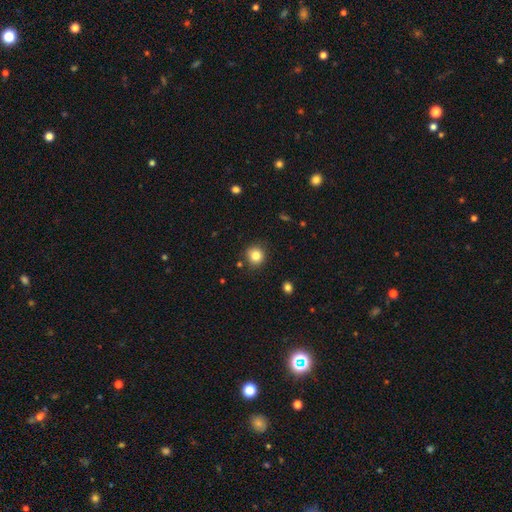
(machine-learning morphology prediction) Smooth or featured: smooth — 83% (star or artifact — 11%)
How rounded: round — 90% (in between — 9%)
Merging: none — 86% (minor disturbance — 9%)